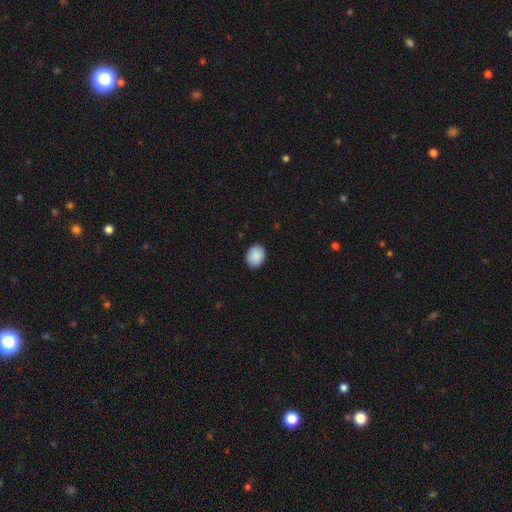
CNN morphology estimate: Smooth or featured?
  - smooth: 89% *
  - star or artifact: 7%
  - featured or disk: 4%
How rounded?
  - in between: 50% * (tied)
  - round: 50% * (tied)
  - cigar-shaped: 1%
Merging?
  - none: 87% *
  - minor disturbance: 10%
  - major disturbance: 2%
  - merger: 1%